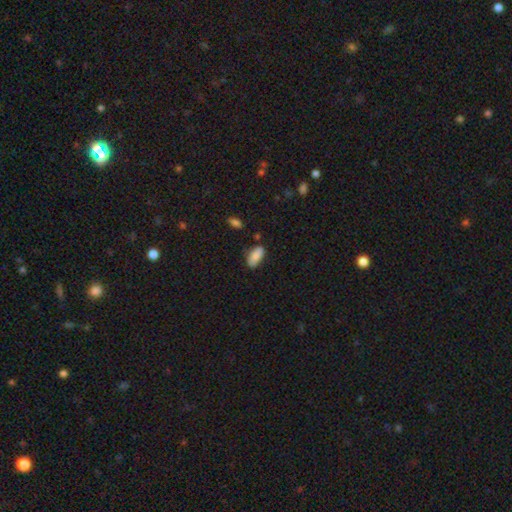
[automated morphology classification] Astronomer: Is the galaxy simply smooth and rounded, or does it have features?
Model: smooth — 85%.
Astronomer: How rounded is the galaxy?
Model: in between — 89%.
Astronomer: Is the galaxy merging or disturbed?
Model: none — 70%.